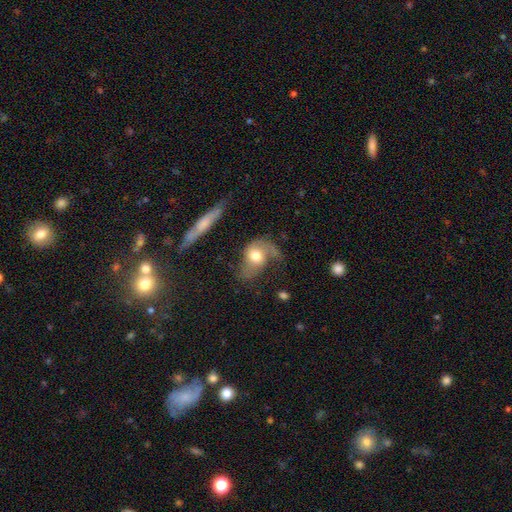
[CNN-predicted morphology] This appears to be a featured or disk galaxy (48%). Merging: major disturbance (36%).